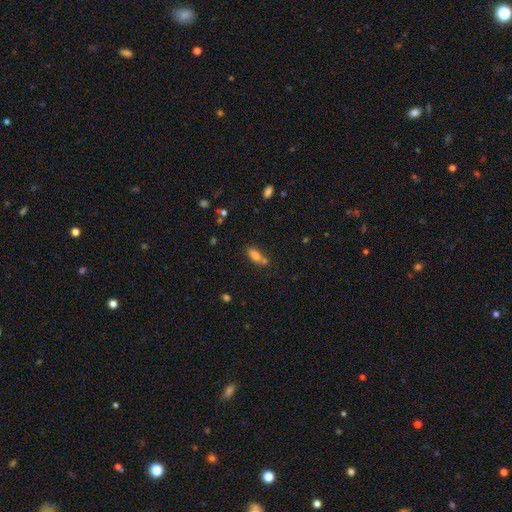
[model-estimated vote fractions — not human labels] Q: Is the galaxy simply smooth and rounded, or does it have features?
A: smooth — 79%.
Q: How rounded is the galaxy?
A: in between — 79%.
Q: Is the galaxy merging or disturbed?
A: none — 52%.